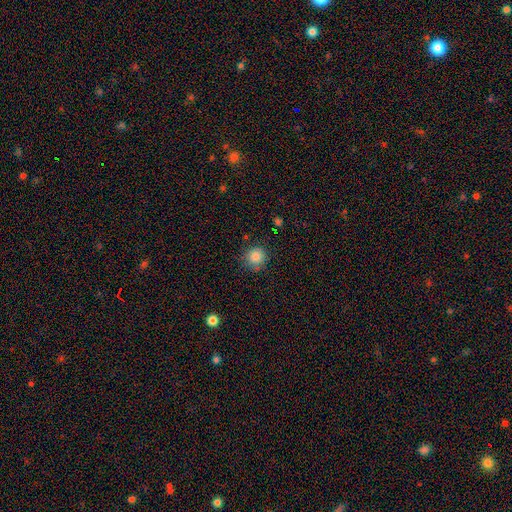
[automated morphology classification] Smooth or featured? smooth (85%)
How rounded? round (92%)
Merging? none (81%)